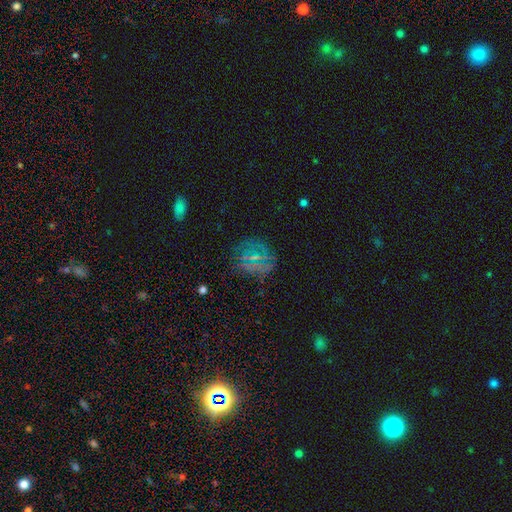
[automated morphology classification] Overall: star or artifact (40%; smooth 38%).